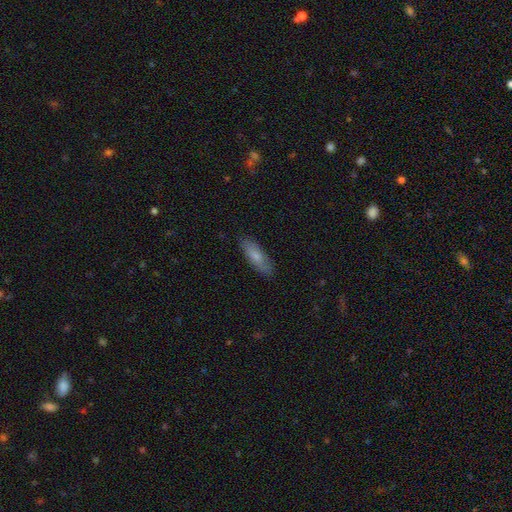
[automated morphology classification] This is likely a smooth galaxy (75%). How rounded: possibly in between (53%). Merging: clearly none (85%).